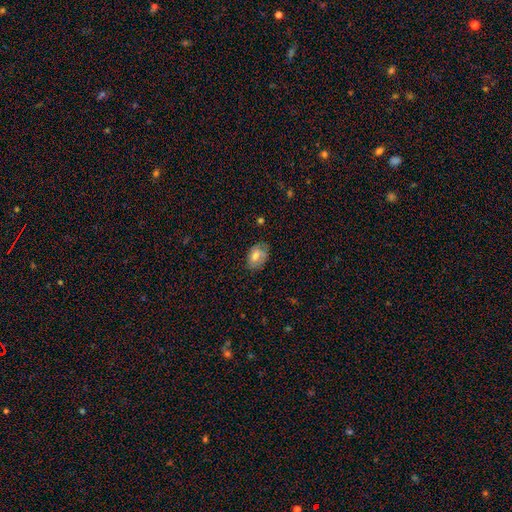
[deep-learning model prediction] Smooth or featured? Predicted: smooth (p=0.64). How rounded? Predicted: in between (p=0.82). Merging? Predicted: none (p=0.70).